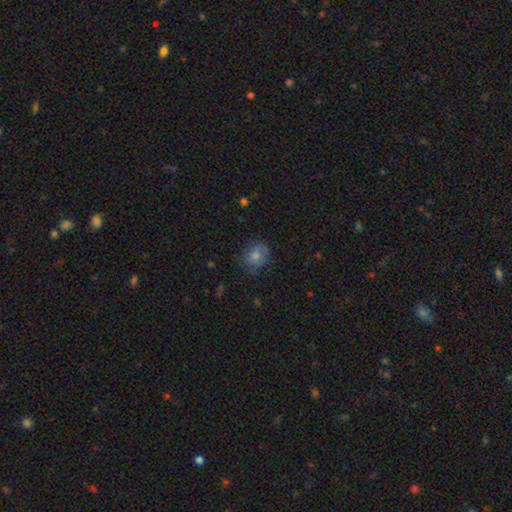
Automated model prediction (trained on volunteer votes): Morphology: type=smooth (57%); roundness=round (71%); merging=none (73%).